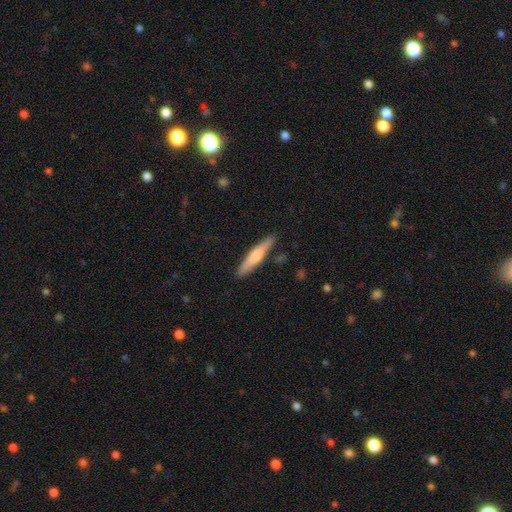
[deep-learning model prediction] The model was most divided on "smooth or featured": smooth: 56%, featured or disk: 38%, star or artifact: 5%. More confident: how rounded — cigar-shaped (89%); merging — none (88%).